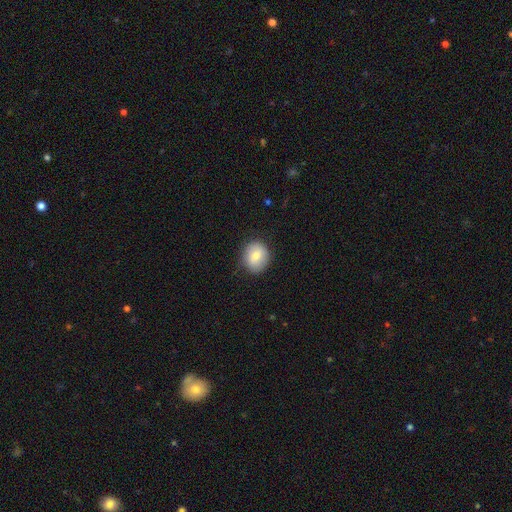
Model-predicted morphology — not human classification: Overall: smooth (77%). How rounded: round (76%). Merging: none (81%).